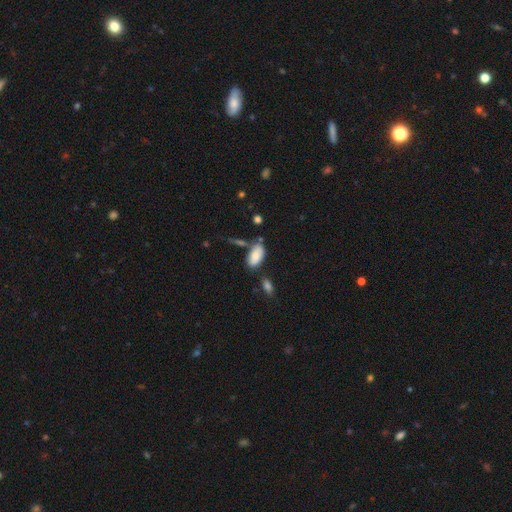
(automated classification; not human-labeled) smooth_or_featured: smooth (p=0.82) [alt: featured or disk p=0.11]
how_rounded: in between (p=0.94) [alt: cigar-shaped p=0.03]
merging: none (p=0.62) [alt: minor disturbance p=0.20]